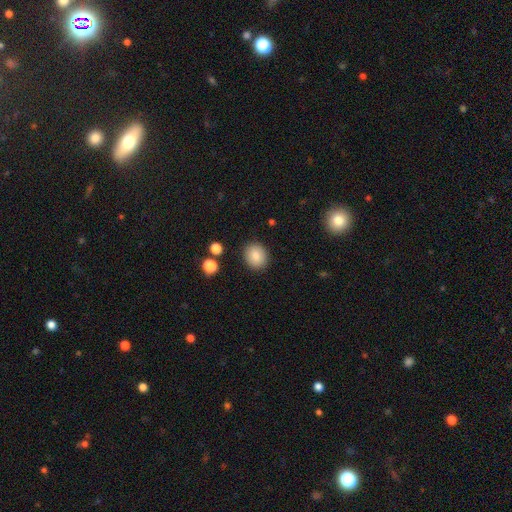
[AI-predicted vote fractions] Smooth or featured: smooth — 84% (star or artifact — 9%)
How rounded: round — 70% (in between — 29%)
Merging: none — 88% (minor disturbance — 8%)